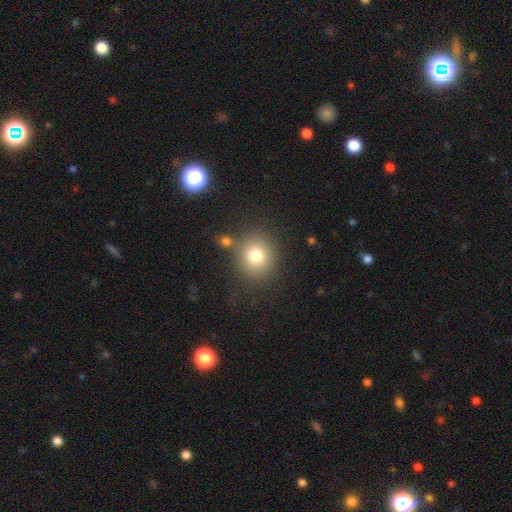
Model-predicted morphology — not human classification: The model was most divided on "smooth or featured": smooth: 78%, star or artifact: 12%, featured or disk: 10%. More confident: how rounded — round (85%); merging — none (77%).